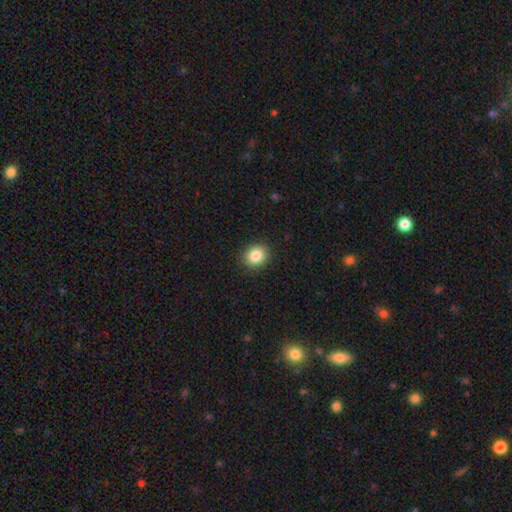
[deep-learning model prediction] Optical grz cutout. It shows a smooth galaxy with no disk features (85%) that is round (73%). Merging: none (91%).